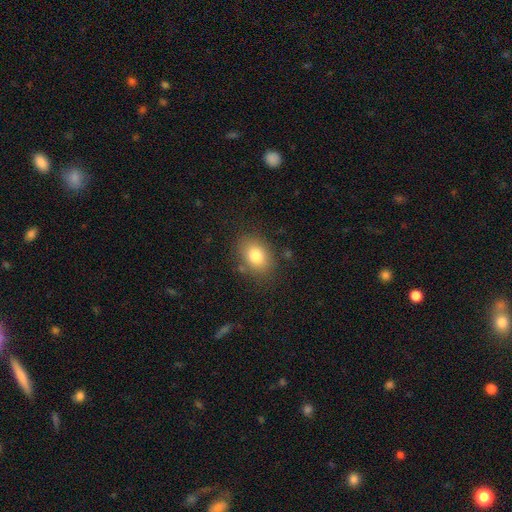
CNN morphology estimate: smooth-or-featured: smooth: 81% | featured or disk: 10% | star or artifact: 9%
  how-rounded: in between: 70% | round: 29% | cigar-shaped: 1%
  merging: none: 81% | minor disturbance: 13% | major disturbance: 4% | merger: 2%